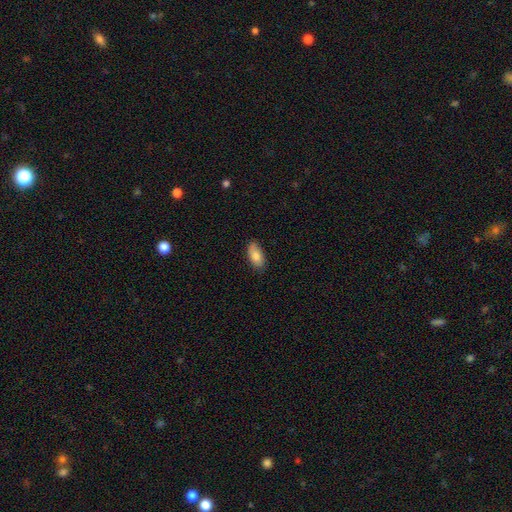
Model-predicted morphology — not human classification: smooth-or-featured: smooth: 83% | featured or disk: 11% | star or artifact: 6%
  how-rounded: in between: 91% | cigar-shaped: 7% | round: 3%
  merging: none: 84% | minor disturbance: 13% | major disturbance: 2% | merger: 1%